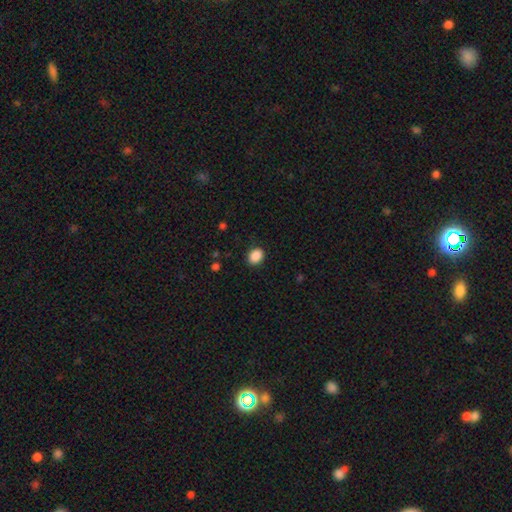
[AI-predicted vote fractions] Q: Smooth or featured?
A: smooth (89%); runner-up: star or artifact (9%)
Q: How rounded?
A: in between (57%); runner-up: round (42%)
Q: Merging?
A: none (88%); runner-up: minor disturbance (9%)